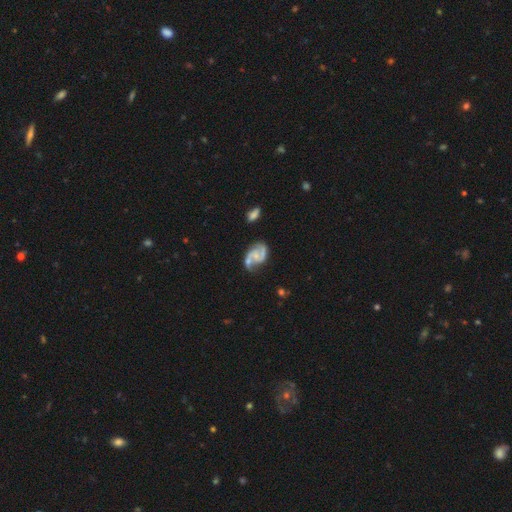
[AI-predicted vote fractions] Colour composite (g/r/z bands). It shows a featured or disk galaxy (87%) with no bar (53%), 2 (90%) medium (51%) spiral arms (96%) and a small central bulge (51%). Merging: none (59%).